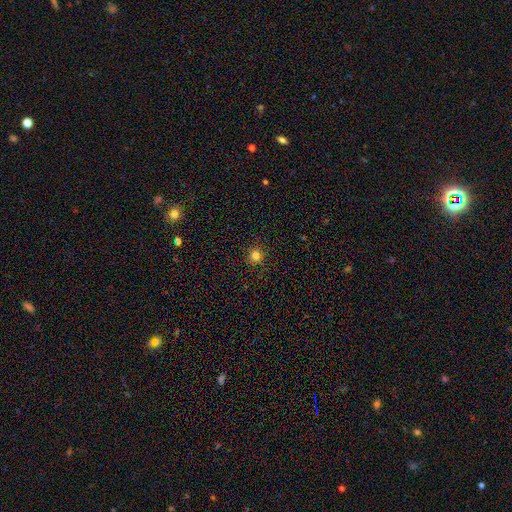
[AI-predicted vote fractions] The model was most divided on "smooth or featured": smooth: 80%, star or artifact: 15%, featured or disk: 5%. More confident: how rounded — round (91%); merging — none (90%).